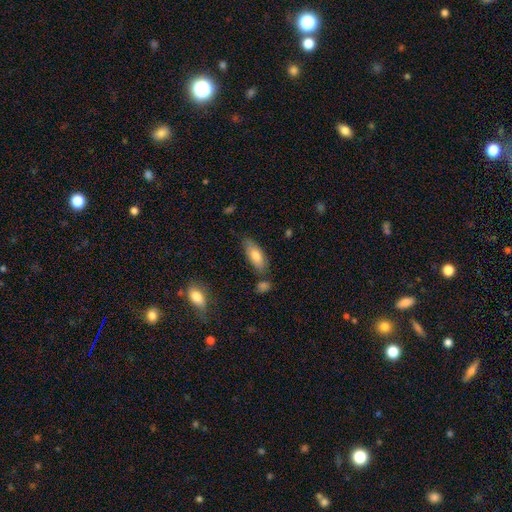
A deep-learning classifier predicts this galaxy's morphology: A smooth galaxy with no disk features (76%) that is in between round and cigar-shaped (73%). Merging: none (72%).